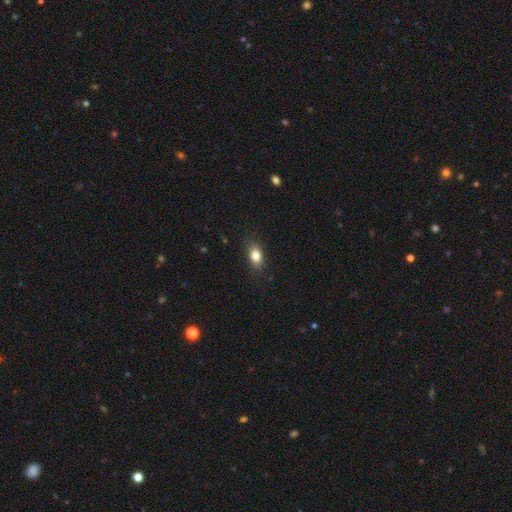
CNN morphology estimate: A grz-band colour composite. It shows a smooth galaxy with no disk features (82%) that is in between round and cigar-shaped (82%). Merging: none (83%).